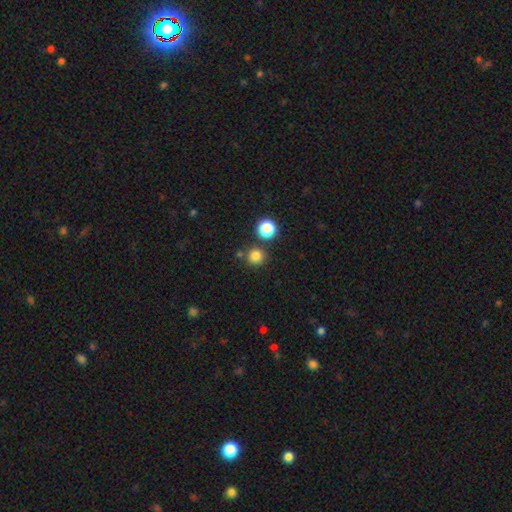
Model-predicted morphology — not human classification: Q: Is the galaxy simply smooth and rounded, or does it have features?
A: smooth — 80%.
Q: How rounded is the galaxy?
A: round — 93%.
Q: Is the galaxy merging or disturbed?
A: none — 80%.